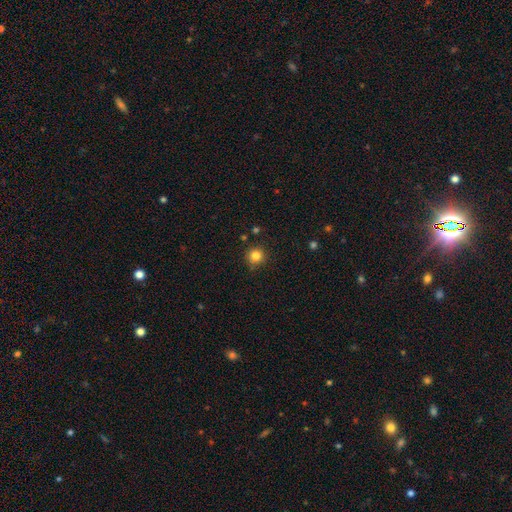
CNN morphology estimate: Smooth or featured: smooth — 83% (star or artifact — 12%)
How rounded: round — 95% (in between — 4%)
Merging: none — 89% (minor disturbance — 7%)